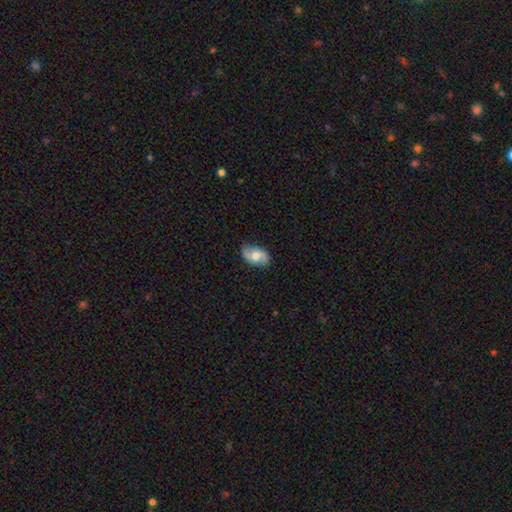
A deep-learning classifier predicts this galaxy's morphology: Smooth or featured? smooth (54%)
How rounded? in between (89%)
Merging? none (79%)